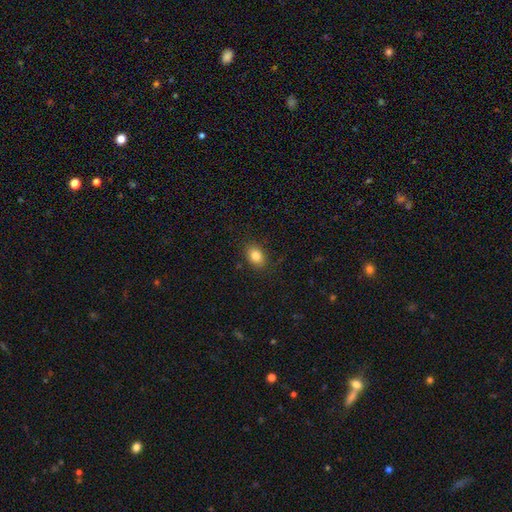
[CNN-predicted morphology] A smooth galaxy with no disk features (83%) that is in between round and cigar-shaped (69%).

Vote fractions:
- Smooth or featured? smooth: 83% / star or artifact: 10% / featured or disk: 7%
- How rounded? in between: 69% / round: 30% / cigar-shaped: 1%
- Merging? none: 87% / minor disturbance: 10% / major disturbance: 2% / merger: 1%